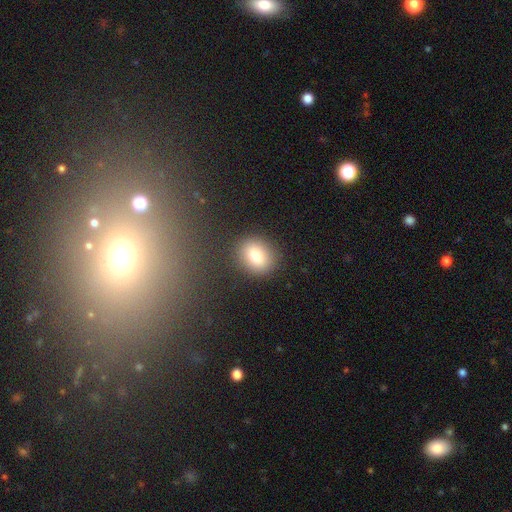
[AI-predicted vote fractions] smooth-or-featured: smooth: 80% | star or artifact: 10% | featured or disk: 10%
  how-rounded: round: 52% | in between: 46% | cigar-shaped: 1%
  merging: none: 86% | minor disturbance: 8% | major disturbance: 3% | merger: 2%